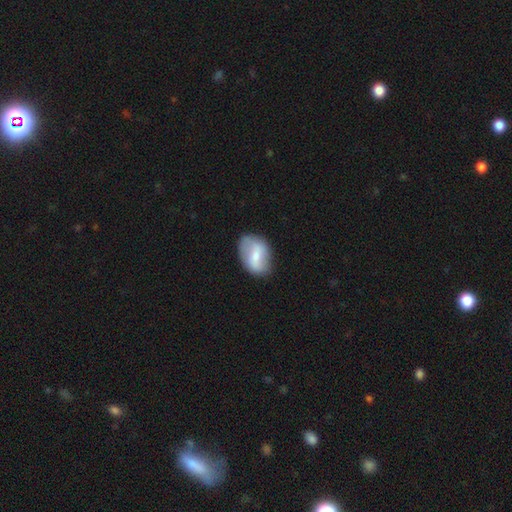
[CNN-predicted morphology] Smooth or featured: smooth — 53% (featured or disk — 41%)
How rounded: in between — 79% (round — 19%)
Merging: none — 76% (minor disturbance — 17%)